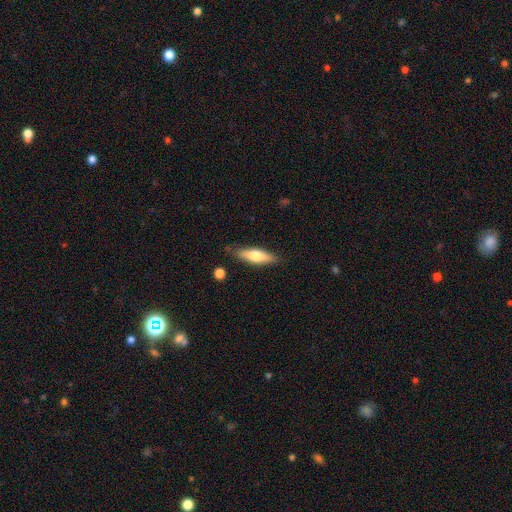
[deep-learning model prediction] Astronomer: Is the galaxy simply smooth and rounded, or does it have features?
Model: smooth — 57% (runner-up: featured or disk, 37%).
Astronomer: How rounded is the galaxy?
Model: cigar-shaped — 59% (runner-up: in between, 39%).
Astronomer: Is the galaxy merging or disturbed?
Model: none — 79%.